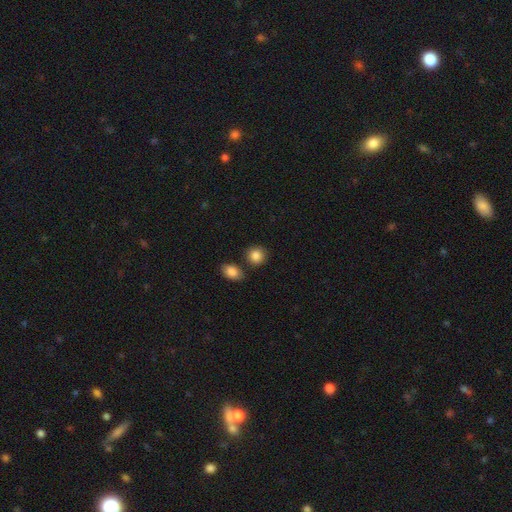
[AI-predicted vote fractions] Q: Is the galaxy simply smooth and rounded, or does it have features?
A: smooth — 87%.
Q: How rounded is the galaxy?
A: round — 79%.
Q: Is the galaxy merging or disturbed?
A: none — 77%.